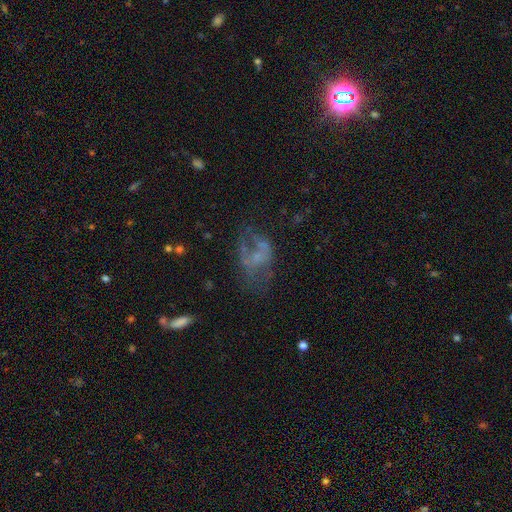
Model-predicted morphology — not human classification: featured or disk 50%, smooth 32%, star or artifact 18%. Down the decision tree: edge-on disk — no (97%); merging — major disturbance (37%).